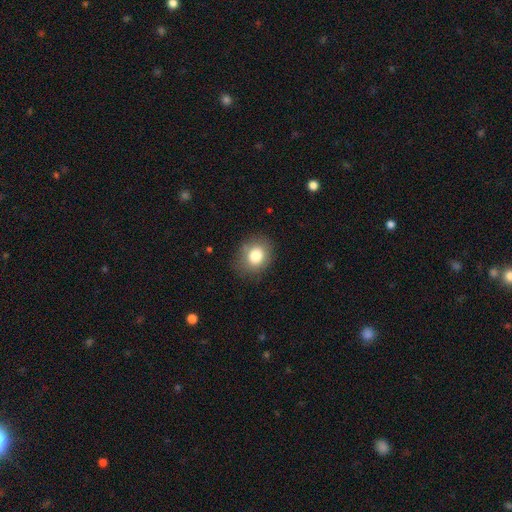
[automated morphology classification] Smooth or featured? Predicted: smooth (p=0.81). How rounded? Predicted: round (p=0.60). Merging? Predicted: none (p=0.82).